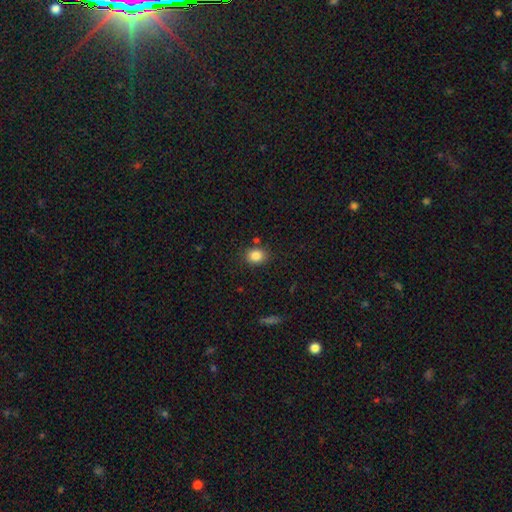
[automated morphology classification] type=smooth (85%); roundness=round (58%); merging=none (82%).